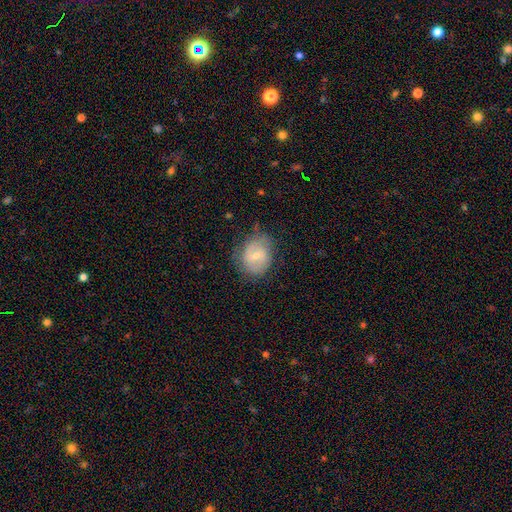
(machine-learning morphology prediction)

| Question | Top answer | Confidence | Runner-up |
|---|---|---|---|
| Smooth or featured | featured or disk | 52% | smooth (41%) |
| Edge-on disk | no | 96% | yes (4%) |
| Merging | none | 65% | minor disturbance (24%) |